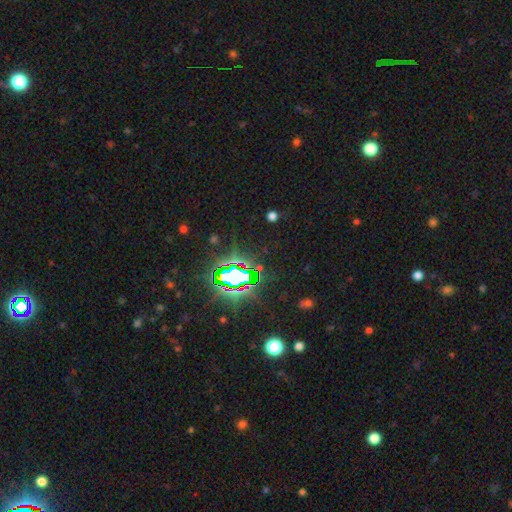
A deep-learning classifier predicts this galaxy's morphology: smooth-or-featured: star or artifact: 82% | smooth: 11% | featured or disk: 8%